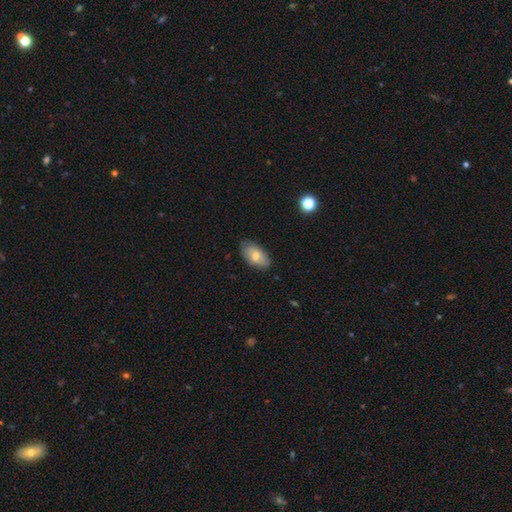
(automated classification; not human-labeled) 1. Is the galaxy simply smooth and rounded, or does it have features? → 66% smooth, 26% featured or disk, 7% star or artifact.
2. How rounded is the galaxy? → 93% in between, 5% round, 2% cigar-shaped.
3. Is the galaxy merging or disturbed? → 77% none, 19% minor disturbance, 3% major disturbance, 1% merger.